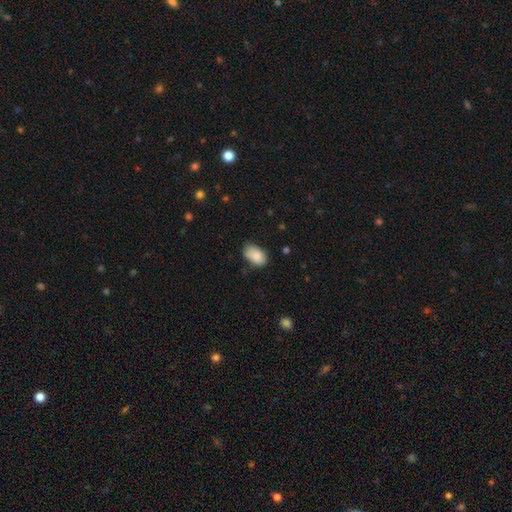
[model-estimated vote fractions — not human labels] Q: Smooth or featured?
A: smooth (84%); runner-up: featured or disk (9%)
Q: How rounded?
A: in between (90%); runner-up: round (8%)
Q: Merging?
A: none (63%); runner-up: minor disturbance (29%)